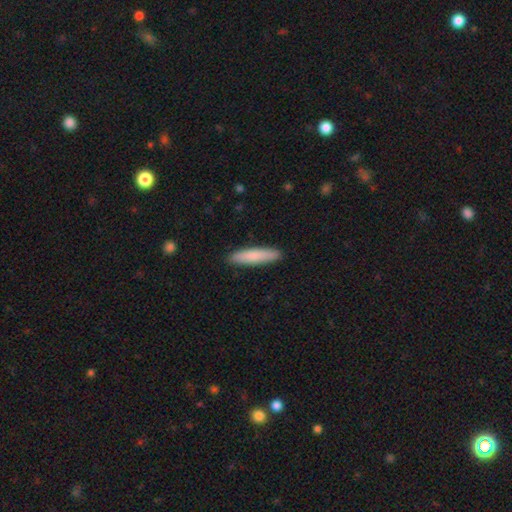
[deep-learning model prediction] smooth 82%, featured or disk 12%, star or artifact 5%. Down the decision tree: how rounded — cigar-shaped (84%); merging — none (91%).